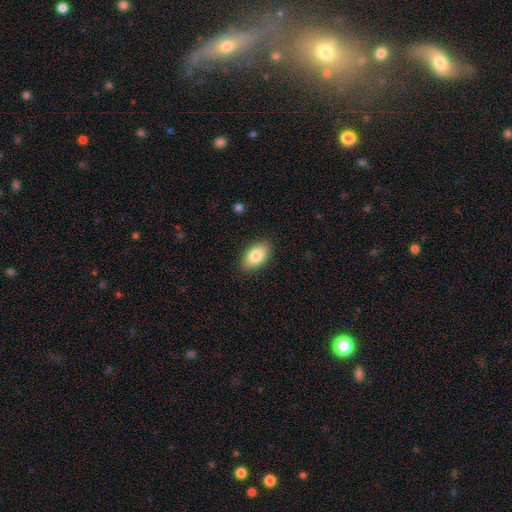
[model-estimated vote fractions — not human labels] Overall: smooth (84%). How rounded: in between (93%). Merging: none (88%).